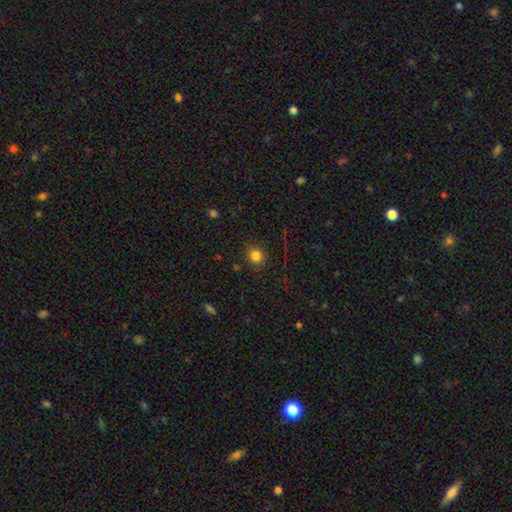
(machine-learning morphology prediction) Overall: smooth (81%). How rounded: round (90%). Merging: none (88%).